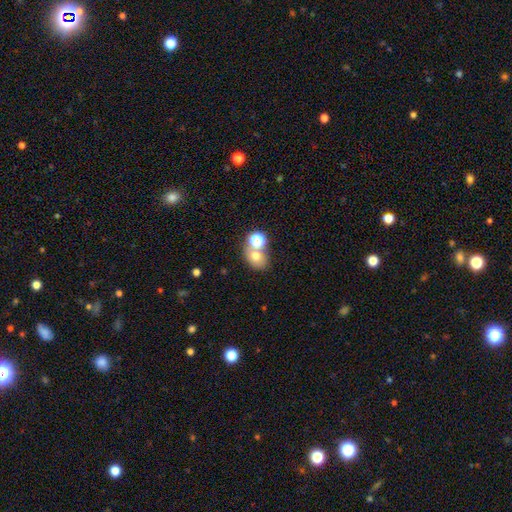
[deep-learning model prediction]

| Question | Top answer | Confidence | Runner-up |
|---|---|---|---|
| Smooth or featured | smooth | 67% | star or artifact (19%) |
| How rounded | round | 55% | in between (44%) |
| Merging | none | 53% | merger (33%) |